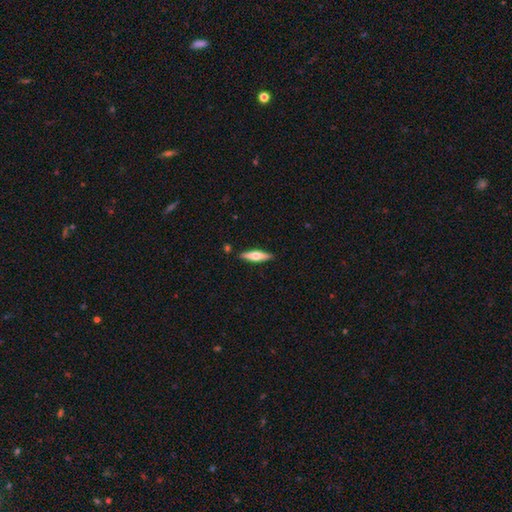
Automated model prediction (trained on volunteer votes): This appears to be a smooth galaxy with no disk features (49%). Merging: none (88%).